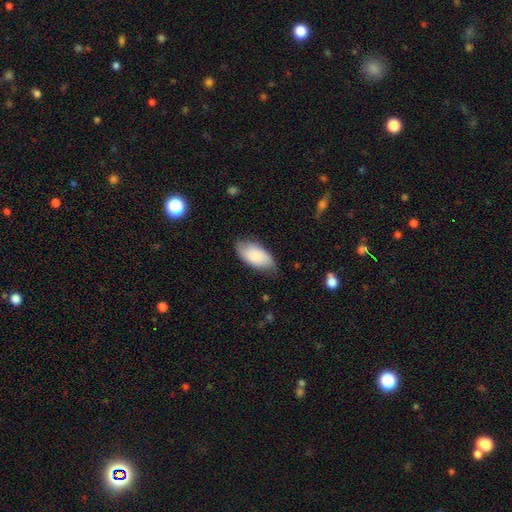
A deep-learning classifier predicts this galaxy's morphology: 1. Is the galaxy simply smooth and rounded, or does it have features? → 80% smooth, 14% featured or disk, 6% star or artifact.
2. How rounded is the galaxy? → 94% in between, 4% cigar-shaped, 2% round.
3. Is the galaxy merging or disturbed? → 71% none, 24% minor disturbance, 4% major disturbance, 1% merger.